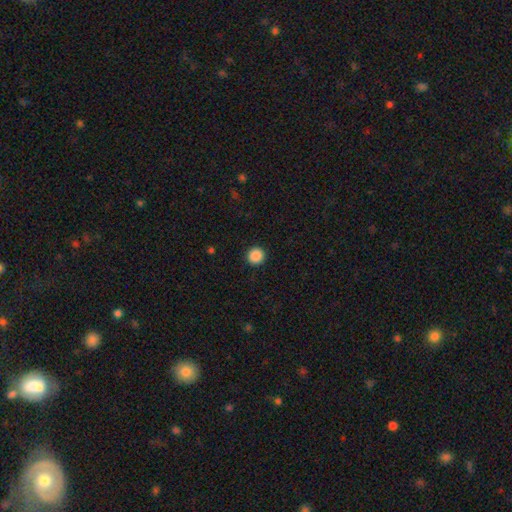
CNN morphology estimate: smooth-or-featured: smooth: 88% | star or artifact: 10% | featured or disk: 2%
  how-rounded: round: 95% | in between: 4% | cigar-shaped: 1%
  merging: none: 93% | minor disturbance: 4% | major disturbance: 2% | merger: 1%